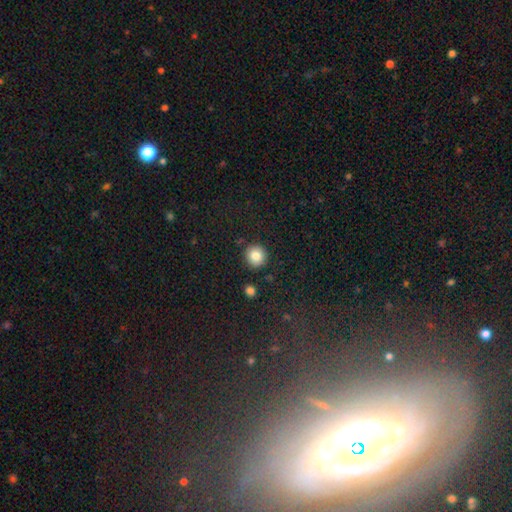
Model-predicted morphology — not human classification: Q: Smooth or featured?
A: smooth (84%); runner-up: star or artifact (10%)
Q: How rounded?
A: round (92%); runner-up: in between (7%)
Q: Merging?
A: none (88%); runner-up: minor disturbance (7%)